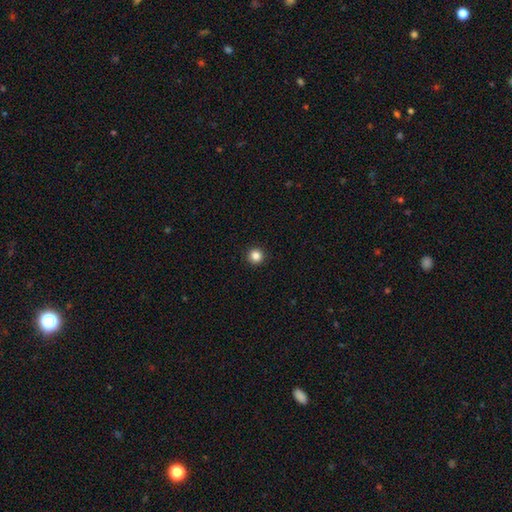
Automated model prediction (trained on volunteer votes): Smooth or featured: smooth — 85% (star or artifact — 11%)
How rounded: round — 96% (in between — 3%)
Merging: none — 93% (minor disturbance — 4%)